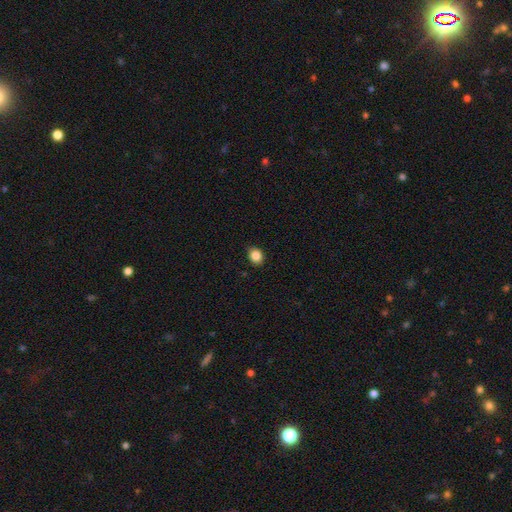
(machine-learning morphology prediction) Smooth or featured? Predicted: smooth (p=0.85). How rounded? Predicted: round (p=0.55). Merging? Predicted: none (p=0.85).